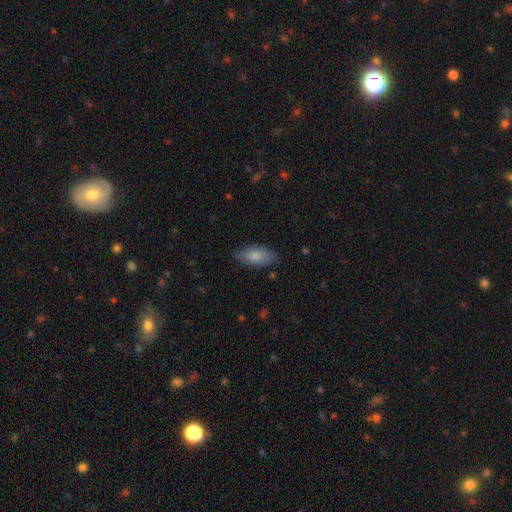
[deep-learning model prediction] A smooth galaxy with no disk features (82%) that is in between round and cigar-shaped (89%). Merging: none (79%).